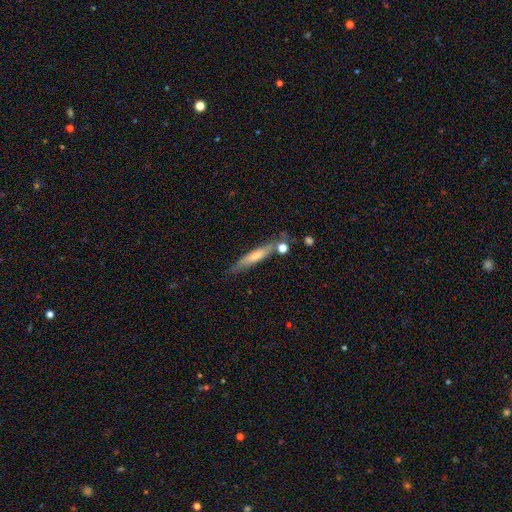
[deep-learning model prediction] smooth 51%, featured or disk 41%, star or artifact 7%. Down the decision tree: how rounded — cigar-shaped (89%); merging — none (71%).